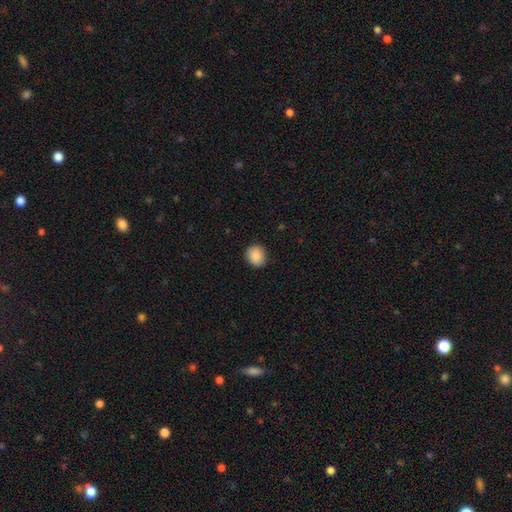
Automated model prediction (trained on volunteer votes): Smooth or featured?
  - smooth: 89% *
  - star or artifact: 8%
  - featured or disk: 3%
How rounded?
  - round: 81% *
  - in between: 18%
  - cigar-shaped: 1%
Merging?
  - none: 89% *
  - minor disturbance: 8%
  - major disturbance: 2%
  - merger: 1%